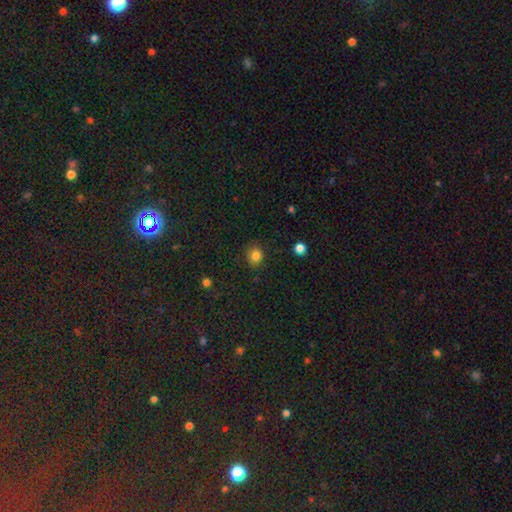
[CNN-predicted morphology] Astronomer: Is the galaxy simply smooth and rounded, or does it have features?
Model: smooth — 83%.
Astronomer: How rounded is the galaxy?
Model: round — 74%.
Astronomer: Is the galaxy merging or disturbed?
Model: none — 83%.